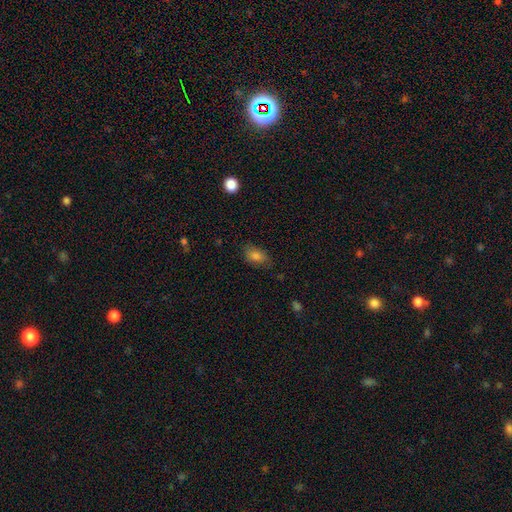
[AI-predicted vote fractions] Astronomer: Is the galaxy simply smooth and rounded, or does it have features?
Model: smooth — 81%.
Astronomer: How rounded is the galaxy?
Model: in between — 88%.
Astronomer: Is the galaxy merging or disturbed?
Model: none — 73%.